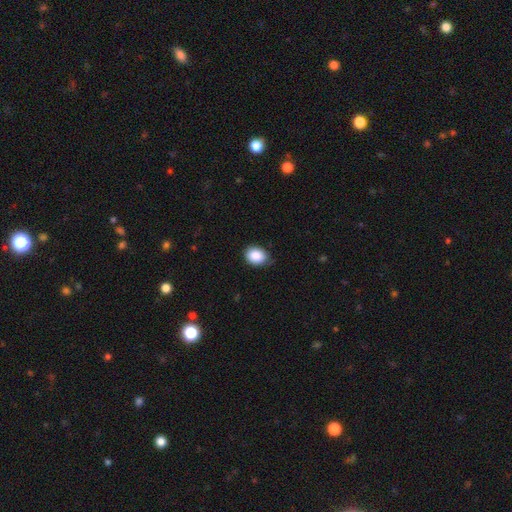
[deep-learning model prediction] A smooth galaxy with no disk features (88%) that is in between round and cigar-shaped (58%).

Vote fractions:
- Smooth or featured? smooth: 88% / star or artifact: 8% / featured or disk: 4%
- How rounded? in between: 58% / round: 41% / cigar-shaped: 1%
- Merging? none: 74% / minor disturbance: 22% / major disturbance: 3% / merger: 1%